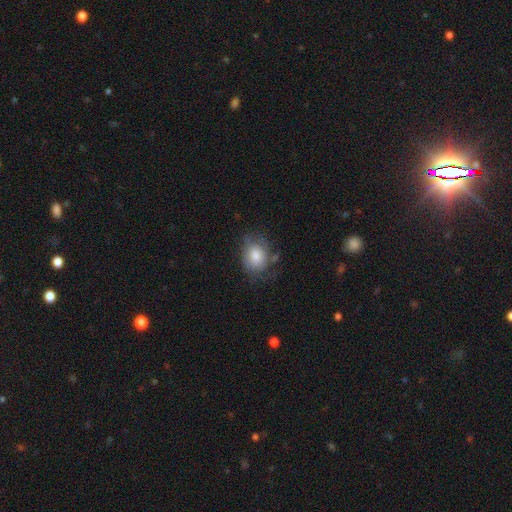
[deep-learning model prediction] Smooth or featured: smooth — 73% (featured or disk — 19%)
How rounded: in between — 61% (round — 38%)
Merging: none — 58% (minor disturbance — 27%)